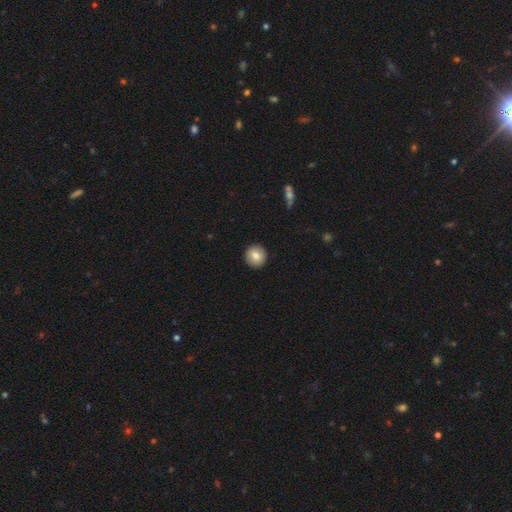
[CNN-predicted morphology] smooth_or_featured: smooth (p=0.81) [alt: featured or disk p=0.11]
how_rounded: round (p=0.92) [alt: in between p=0.07]
merging: none (p=0.92) [alt: minor disturbance p=0.05]